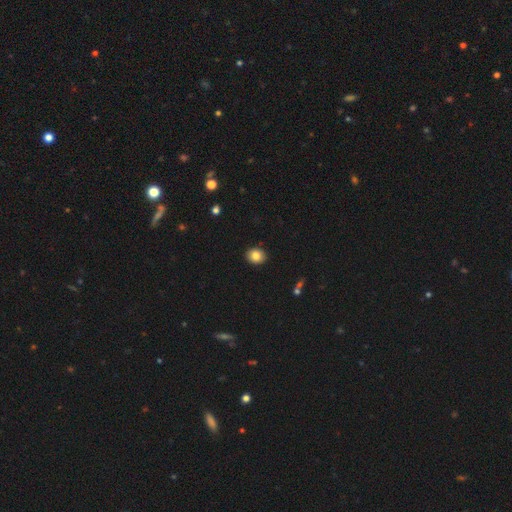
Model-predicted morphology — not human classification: Smooth or featured? Predicted: smooth (p=0.83). How rounded? Predicted: round (p=0.60). Merging? Predicted: none (p=0.91).